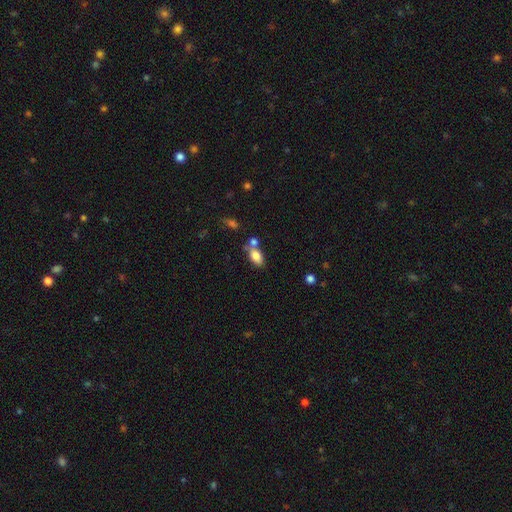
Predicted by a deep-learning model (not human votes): Q: Smooth or featured?
A: smooth (82%); runner-up: featured or disk (10%)
Q: How rounded?
A: in between (90%); runner-up: round (7%)
Q: Merging?
A: none (53%); runner-up: merger (29%)